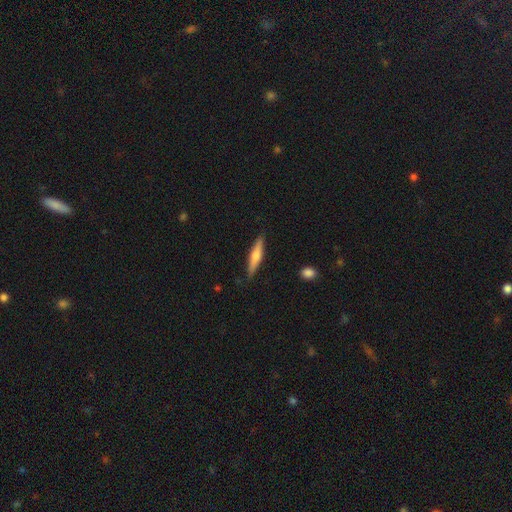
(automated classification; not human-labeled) Smooth or featured? Predicted: smooth (p=0.49). Merging? Predicted: none (p=0.88).